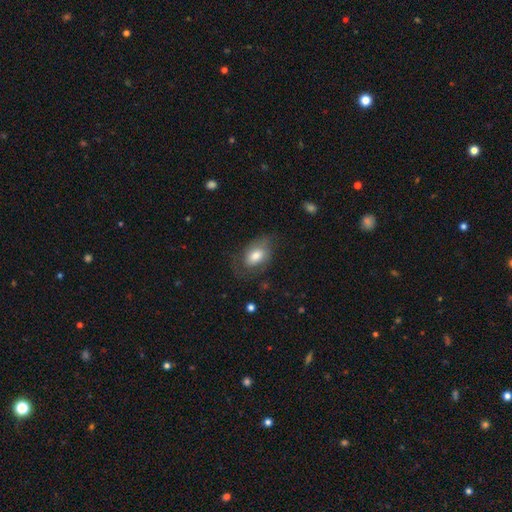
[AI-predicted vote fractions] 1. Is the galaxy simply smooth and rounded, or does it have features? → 62% smooth, 31% featured or disk, 7% star or artifact.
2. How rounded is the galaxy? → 87% in between, 11% round, 2% cigar-shaped.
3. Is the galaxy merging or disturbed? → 56% none, 26% minor disturbance, 17% major disturbance, 2% merger.